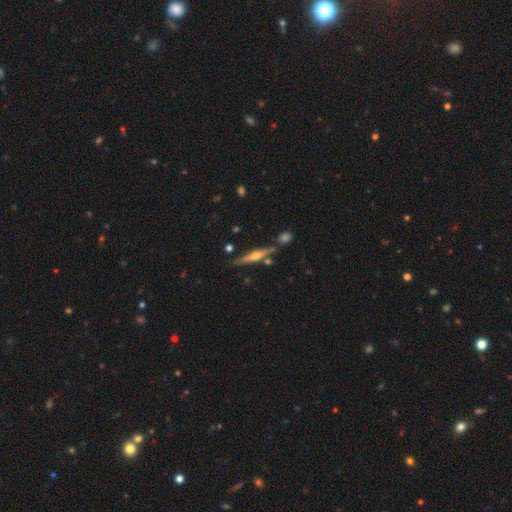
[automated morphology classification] Smooth or featured: featured or disk — 67% (smooth — 26%)
Edge-on disk: yes — 96% (no — 4%)
Edge-on bulge: rounded — 86% (none — 8%)
Merging: none — 78% (minor disturbance — 12%)